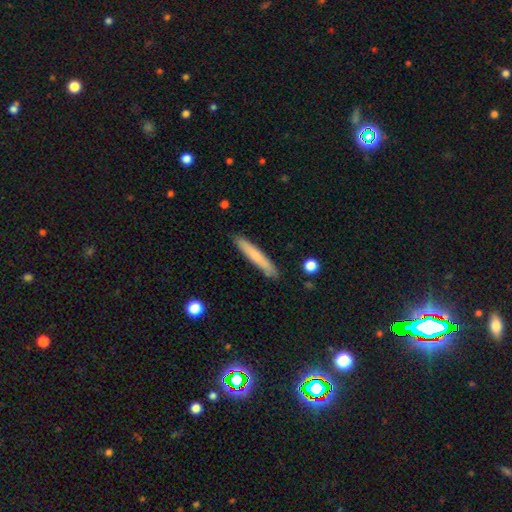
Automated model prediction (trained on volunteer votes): A smooth galaxy with no disk features (72%) that is cigar-shaped (95%). Merging: none (89%).